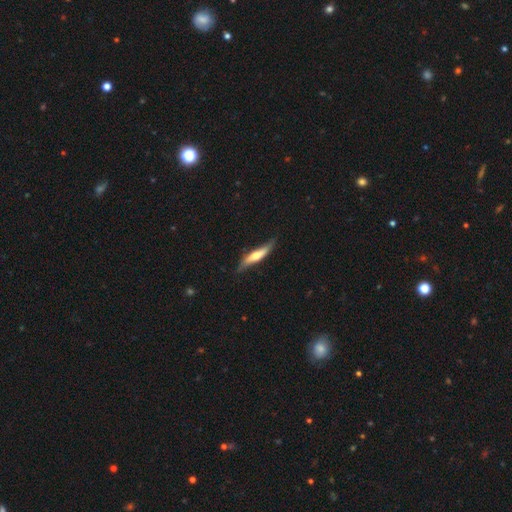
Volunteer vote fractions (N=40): Smooth or featured: featured or disk — 70% (smooth — 22%)
Edge-on disk: yes — 82% (no — 18%)
Edge-on bulge: rounded — 96% (none — 4%)
Merging: none — 62% (minor disturbance — 35%)